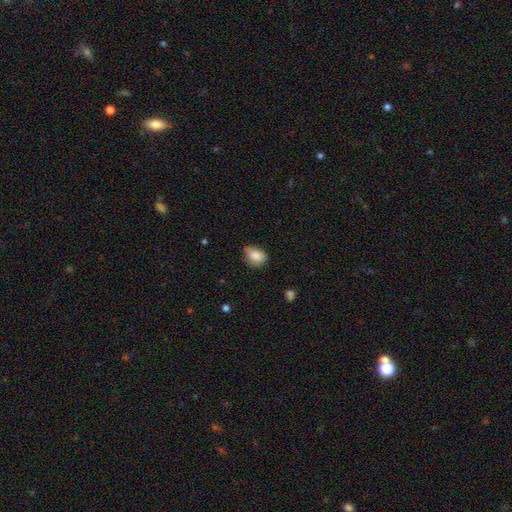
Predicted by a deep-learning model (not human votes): Smooth or featured: smooth — 82% (featured or disk — 10%)
How rounded: in between — 66% (round — 32%)
Merging: none — 58% (minor disturbance — 34%)